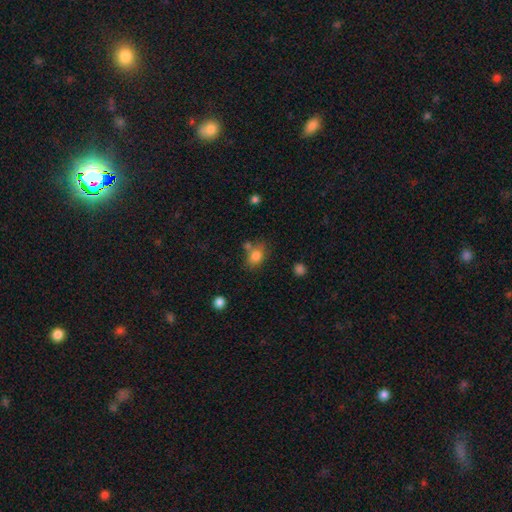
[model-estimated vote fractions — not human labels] The model was most divided on "how rounded": in between: 60%, round: 39%, cigar-shaped: 1%. More confident: smooth or featured — smooth (81%); merging — none (58%).